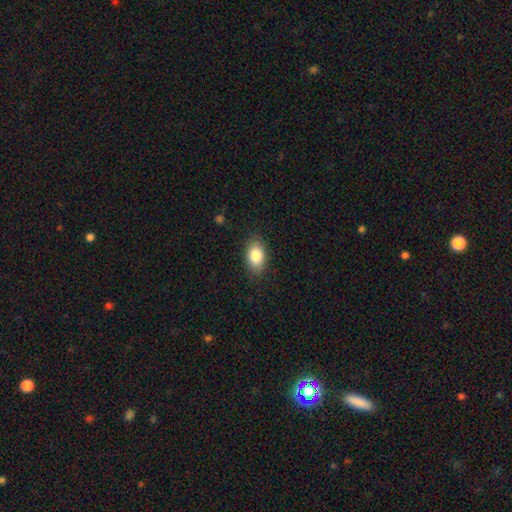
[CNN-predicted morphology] A smooth galaxy with no disk features (84%) that is in between round and cigar-shaped (89%). Merging: none (86%).